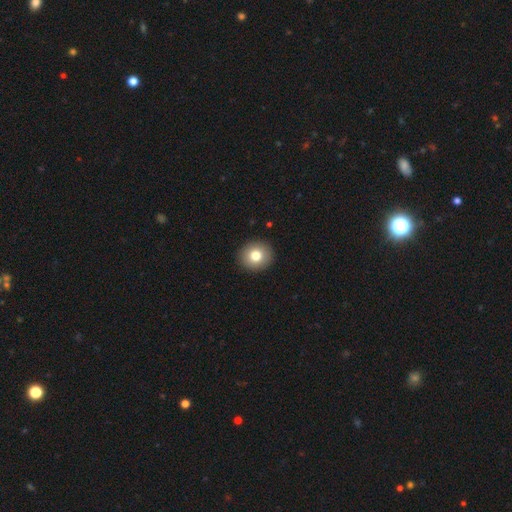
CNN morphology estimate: type=smooth (79%); roundness=round (86%); merging=none (92%).